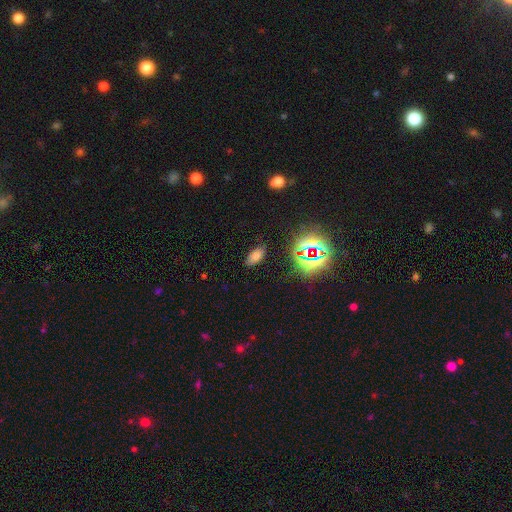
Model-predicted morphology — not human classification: A smooth galaxy with no disk features (65%) that is in between round and cigar-shaped (89%).

Vote fractions:
- Smooth or featured? smooth: 65% / star or artifact: 25% / featured or disk: 10%
- How rounded? in between: 89% / cigar-shaped: 6% / round: 5%
- Merging? none: 84% / minor disturbance: 11% / major disturbance: 3% / merger: 2%